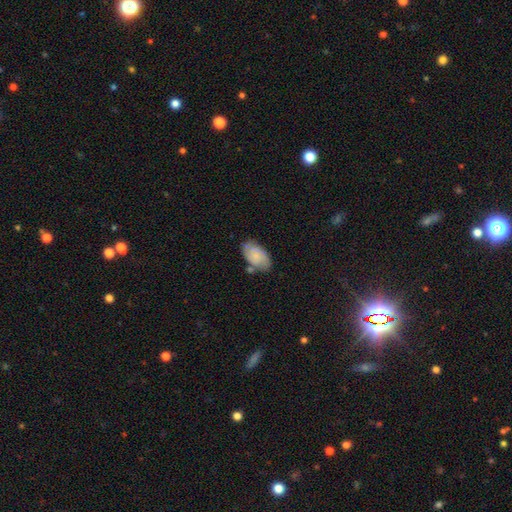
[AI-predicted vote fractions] smooth_or_featured: smooth (p=0.59) [alt: featured or disk p=0.34]
how_rounded: in between (p=0.92) [alt: round p=0.06]
merging: none (p=0.60) [alt: minor disturbance p=0.24]